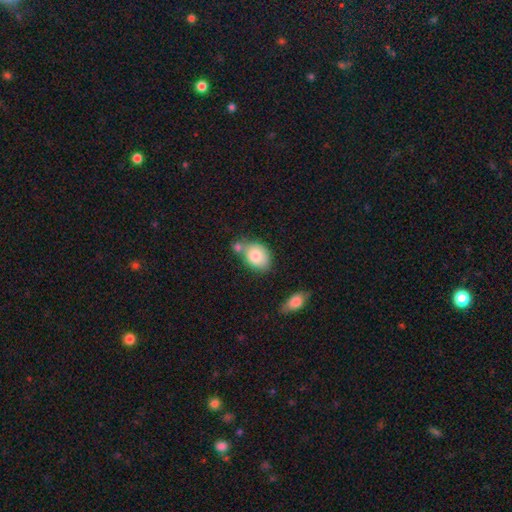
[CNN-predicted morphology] smooth-or-featured: smooth: 81% | featured or disk: 12% | star or artifact: 7%
  how-rounded: in between: 67% | round: 31% | cigar-shaped: 1%
  merging: none: 45% | merger: 30% | minor disturbance: 19% | major disturbance: 6%